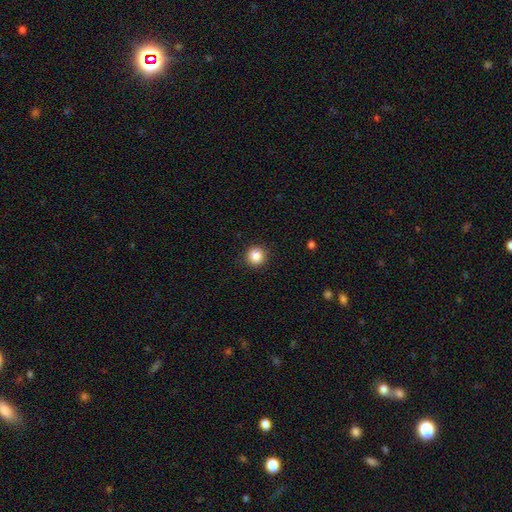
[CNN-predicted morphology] smooth 86%, star or artifact 10%, featured or disk 4%. Down the decision tree: how rounded — round (92%); merging — none (89%).